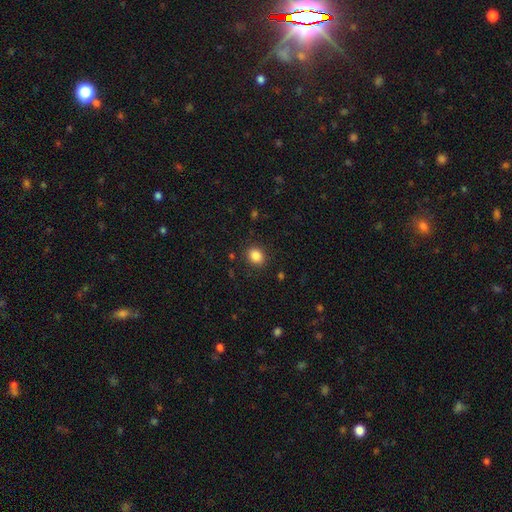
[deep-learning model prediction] Morphology: type=smooth (86%); roundness=round (55%); merging=none (88%).